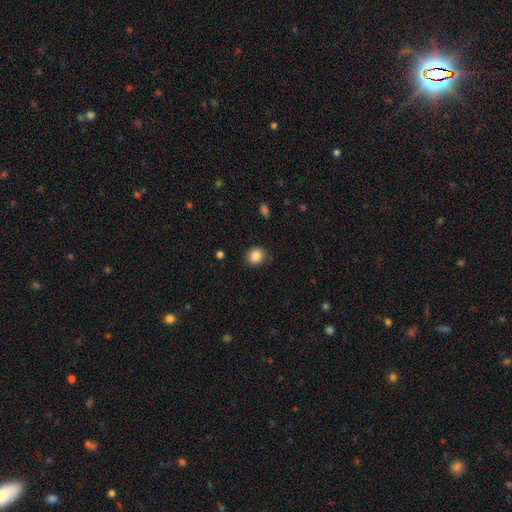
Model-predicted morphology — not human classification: smooth-or-featured: smooth: 85% | star or artifact: 9% | featured or disk: 5%
  how-rounded: round: 71% | in between: 28% | cigar-shaped: 1%
  merging: none: 83% | minor disturbance: 13% | major disturbance: 3% | merger: 2%